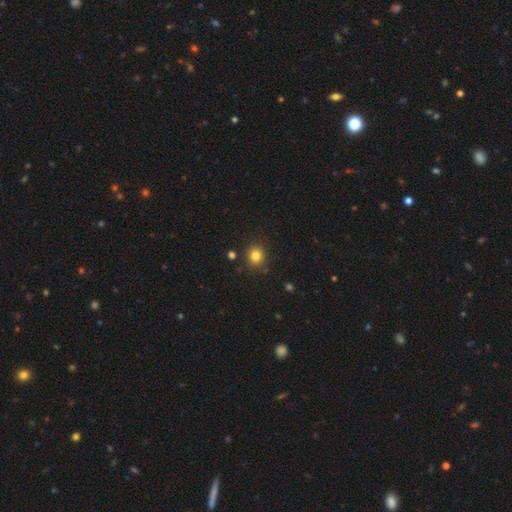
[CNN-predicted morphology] This appears to be a smooth galaxy with no disk features (81%) that is round (85%). Merging: none (87%).